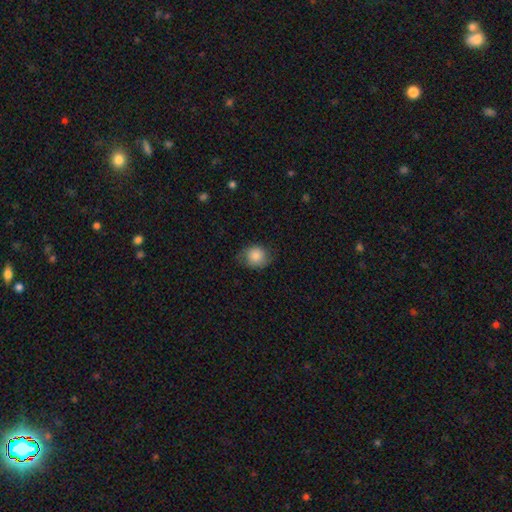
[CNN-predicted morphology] Smooth or featured?
  - smooth: 82% *
  - featured or disk: 11%
  - star or artifact: 8%
How rounded?
  - round: 68% *
  - in between: 31%
  - cigar-shaped: 1%
Merging?
  - none: 67% *
  - minor disturbance: 25%
  - major disturbance: 7%
  - merger: 1%